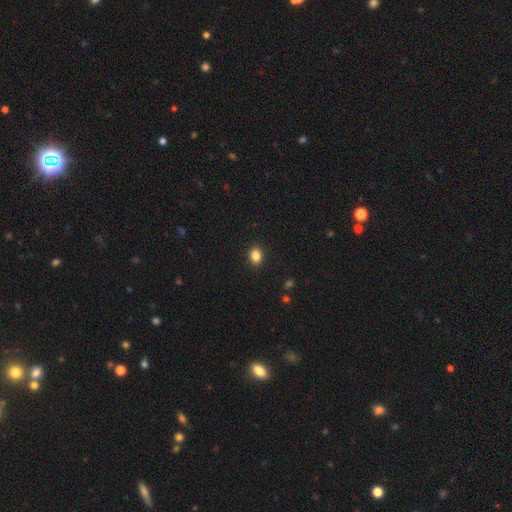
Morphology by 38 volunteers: type=smooth (87%); roundness=round (58%); merging=none (91%).